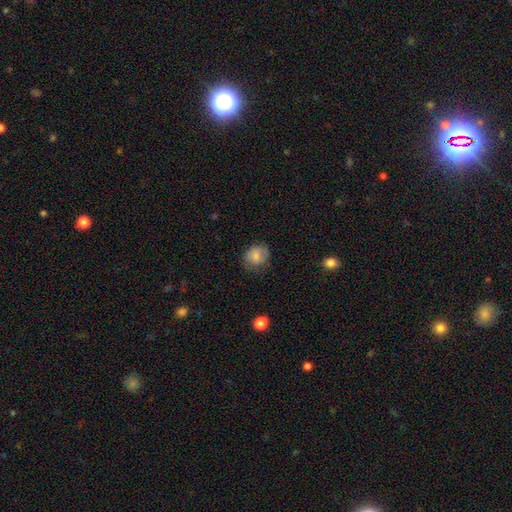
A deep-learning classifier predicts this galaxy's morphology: Smooth or featured? Predicted: smooth (p=0.77). How rounded? Predicted: round (p=0.68). Merging? Predicted: none (p=0.67).